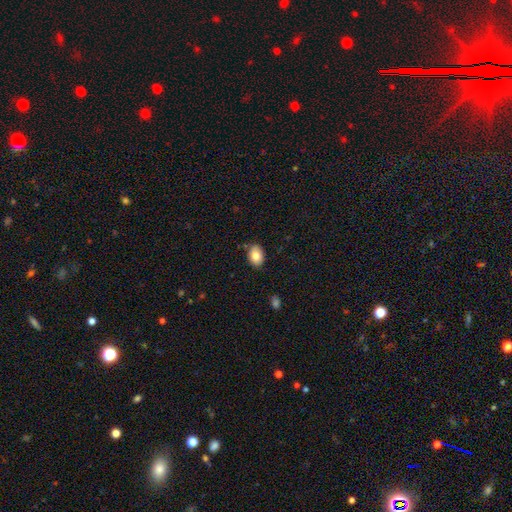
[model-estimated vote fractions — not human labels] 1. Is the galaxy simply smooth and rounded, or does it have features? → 80% smooth, 12% featured or disk, 8% star or artifact.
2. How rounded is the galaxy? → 80% in between, 19% round, 1% cigar-shaped.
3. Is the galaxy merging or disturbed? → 83% none, 13% minor disturbance, 2% major disturbance, 2% merger.